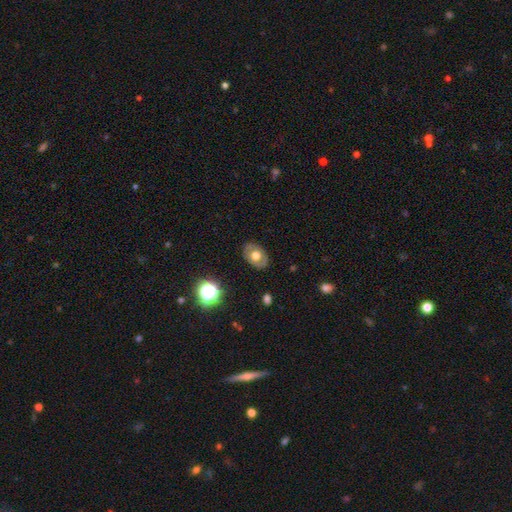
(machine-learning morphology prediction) smooth_or_featured: smooth (p=0.52) [alt: featured or disk p=0.39]
how_rounded: in between (p=0.71) [alt: round p=0.28]
merging: none (p=0.83) [alt: minor disturbance p=0.12]